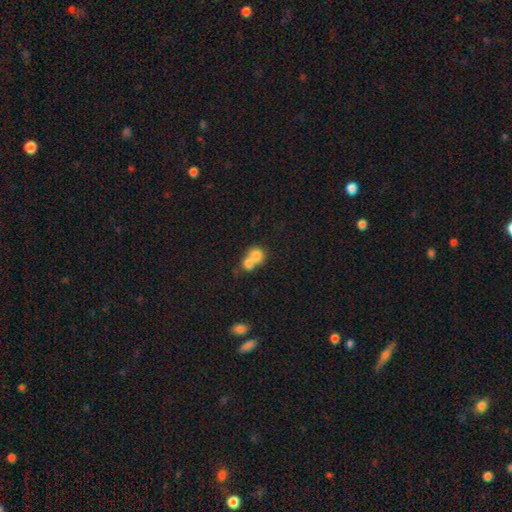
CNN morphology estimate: type=smooth (76%); roundness=round (74%); merging=merger (70%).